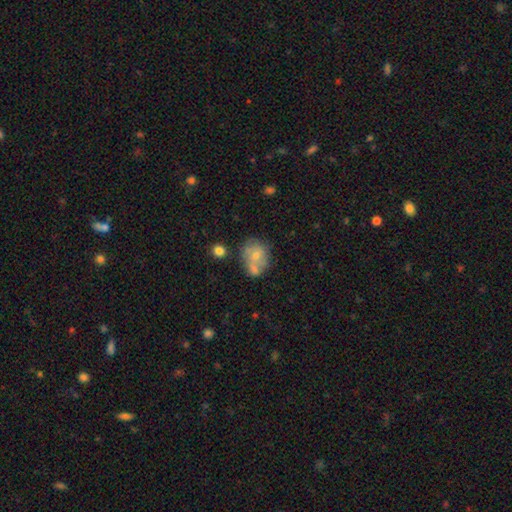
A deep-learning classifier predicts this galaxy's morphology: This is likely a smooth galaxy (63%). How rounded: possibly round (59%). Merging: marginally none (39%).